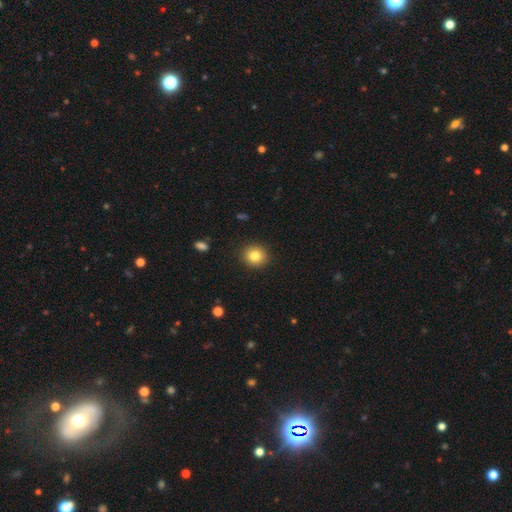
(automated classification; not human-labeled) Q: Smooth or featured?
A: smooth (83%); runner-up: star or artifact (10%)
Q: How rounded?
A: round (89%); runner-up: in between (10%)
Q: Merging?
A: none (91%); runner-up: minor disturbance (6%)